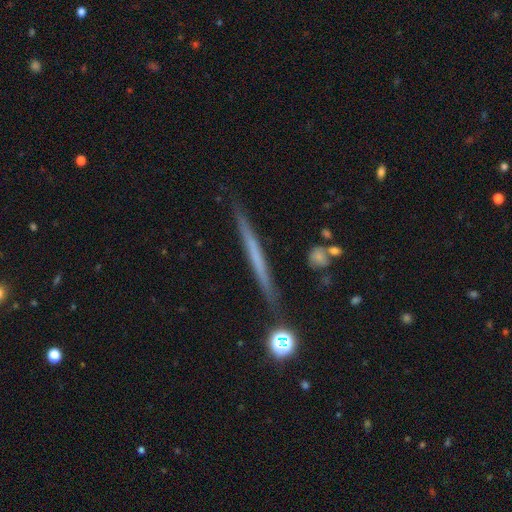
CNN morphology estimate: This appears to be a featured or disk galaxy (51%) viewed edge-on (96%). Merging: none (89%).